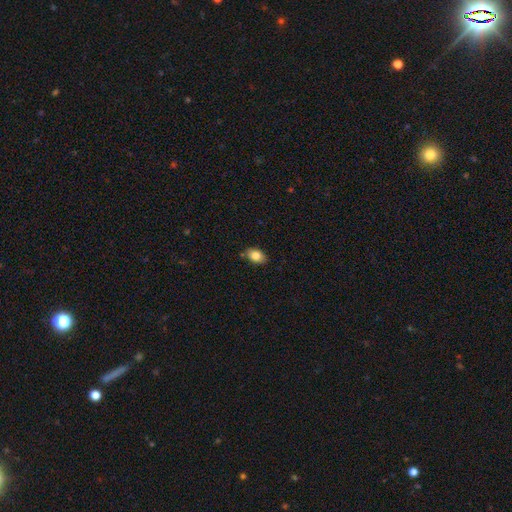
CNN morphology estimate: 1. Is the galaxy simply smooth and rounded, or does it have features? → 82% smooth, 9% featured or disk, 8% star or artifact.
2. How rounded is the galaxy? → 83% in between, 16% round, 1% cigar-shaped.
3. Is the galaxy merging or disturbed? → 82% none, 13% minor disturbance, 2% major disturbance, 2% merger.